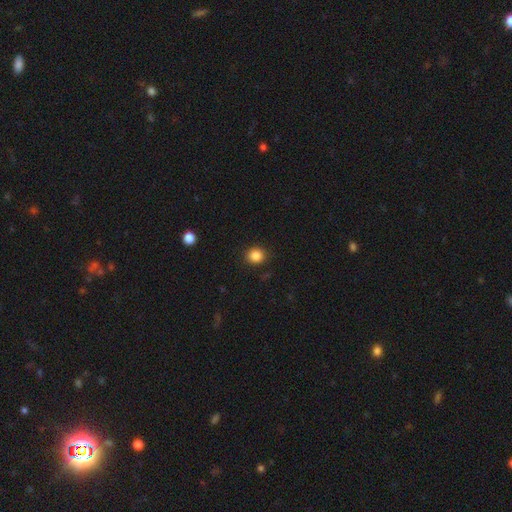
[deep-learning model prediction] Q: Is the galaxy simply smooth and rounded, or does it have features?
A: smooth — 85%.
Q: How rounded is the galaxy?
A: round — 82%.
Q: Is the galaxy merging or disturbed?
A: none — 89%.